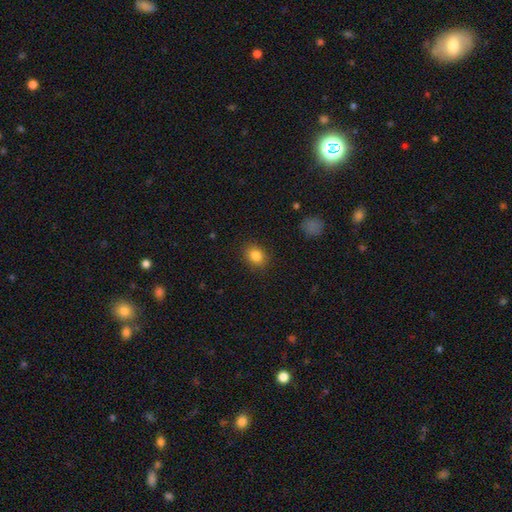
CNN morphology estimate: Smooth or featured?
  - smooth: 84% *
  - star or artifact: 10%
  - featured or disk: 6%
How rounded?
  - in between: 51% *
  - round: 48%
  - cigar-shaped: 1%
Merging?
  - none: 86% *
  - minor disturbance: 10%
  - major disturbance: 3%
  - merger: 1%